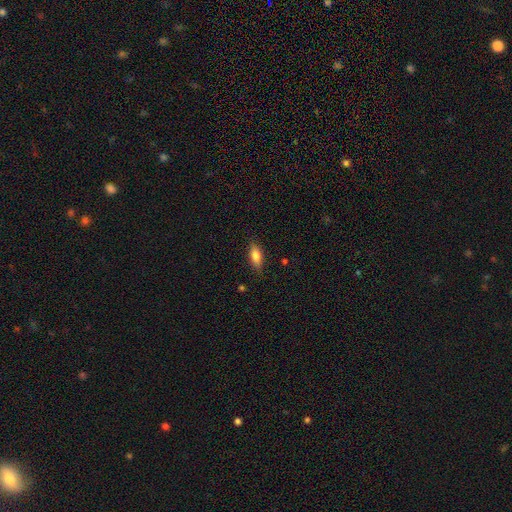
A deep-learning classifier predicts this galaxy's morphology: smooth-or-featured: smooth: 76% | featured or disk: 17% | star or artifact: 7%
  how-rounded: in between: 73% | cigar-shaped: 24% | round: 3%
  merging: none: 84% | minor disturbance: 12% | major disturbance: 3% | merger: 1%